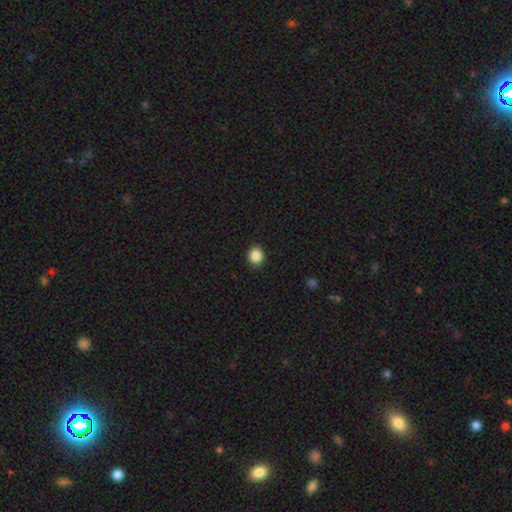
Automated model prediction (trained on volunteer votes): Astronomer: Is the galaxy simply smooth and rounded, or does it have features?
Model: smooth — 88%.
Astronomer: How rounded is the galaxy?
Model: round — 69%.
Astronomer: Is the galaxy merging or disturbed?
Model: none — 91%.